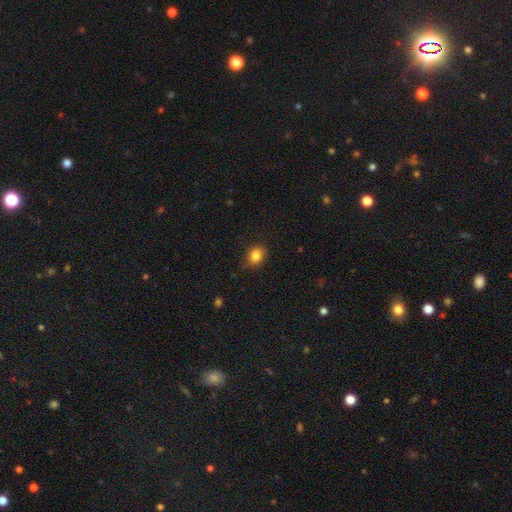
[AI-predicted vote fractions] A smooth galaxy with no disk features (84%) that is round (56%).

Vote fractions:
- Smooth or featured? smooth: 84% / star or artifact: 10% / featured or disk: 6%
- How rounded? round: 56% / in between: 43% / cigar-shaped: 1%
- Merging? none: 79% / minor disturbance: 17% / major disturbance: 3% / merger: 1%